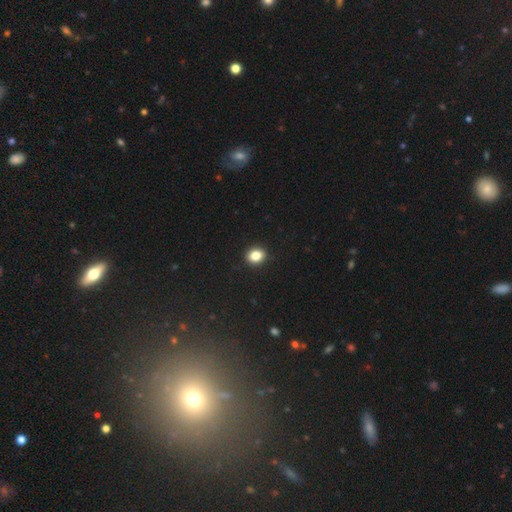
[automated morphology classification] Overall: smooth (84%). How rounded: round (60%; in between 39%). Merging: none (92%).